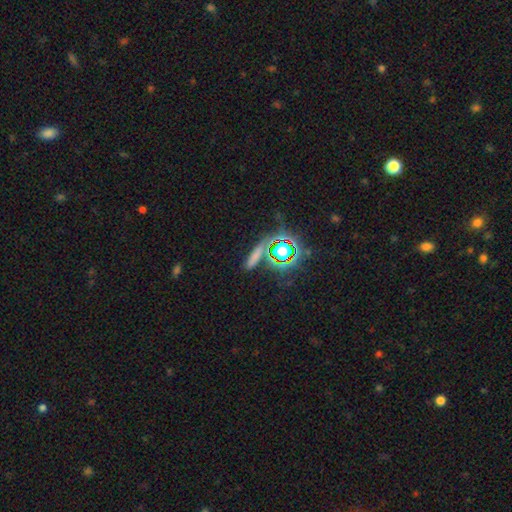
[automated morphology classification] Smooth or featured? Predicted: smooth (p=0.50). How rounded? Predicted: cigar-shaped (p=0.67). Merging? Predicted: none (p=0.74).